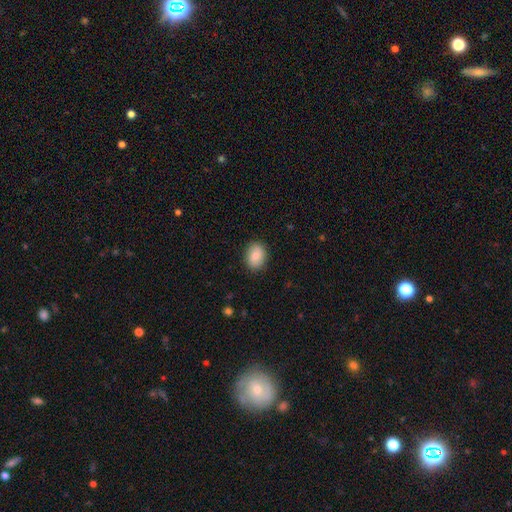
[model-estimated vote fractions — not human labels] This appears to be a smooth galaxy with no disk features (82%) that is in between round and cigar-shaped (65%). Merging: none (88%).